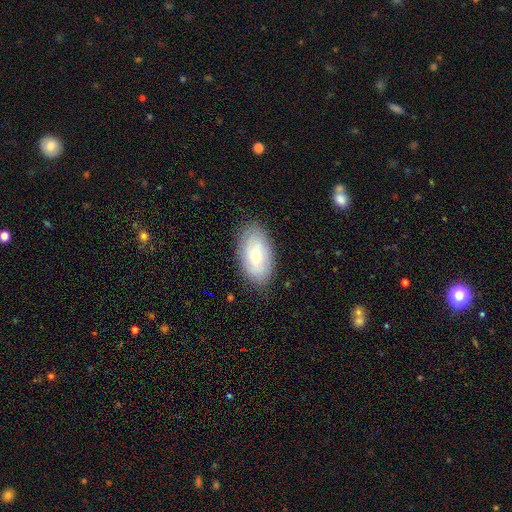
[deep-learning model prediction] Smooth or featured: smooth — 68% (featured or disk — 25%)
How rounded: in between — 94% (round — 3%)
Merging: none — 83% (minor disturbance — 13%)